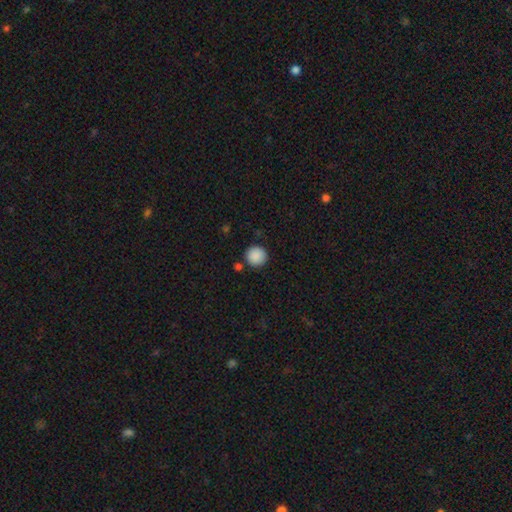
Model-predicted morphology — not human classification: Q: Smooth or featured?
A: smooth (89%); runner-up: star or artifact (8%)
Q: How rounded?
A: round (95%); runner-up: in between (5%)
Q: Merging?
A: none (87%); runner-up: minor disturbance (7%)